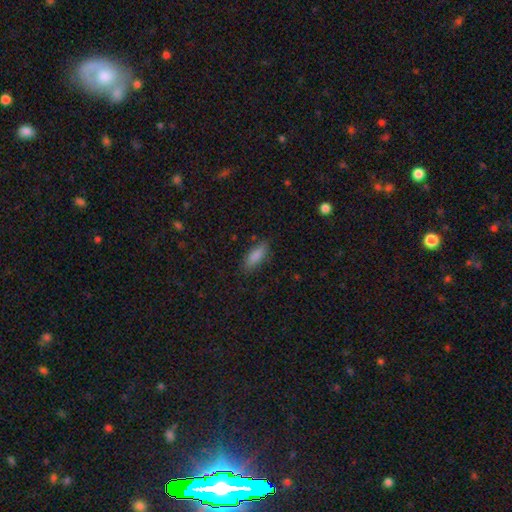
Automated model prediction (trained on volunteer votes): A smooth galaxy with no disk features (87%) that is in between round and cigar-shaped (68%). Merging: none (82%).